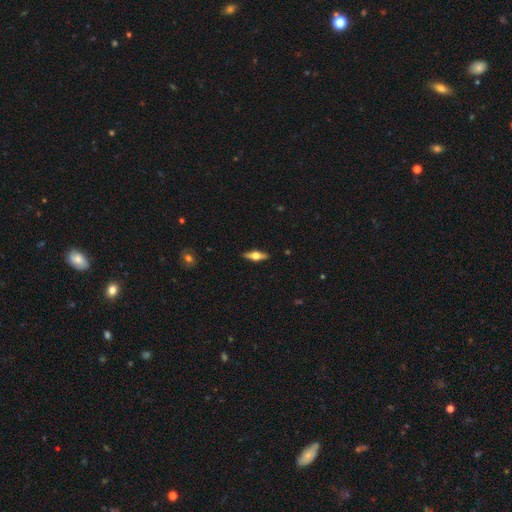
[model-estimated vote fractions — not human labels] Smooth or featured: featured or disk — 58% (smooth — 35%)
Edge-on disk: yes — 94% (no — 6%)
Edge-on bulge: rounded — 94% (boxy — 5%)
Merging: none — 89% (minor disturbance — 8%)